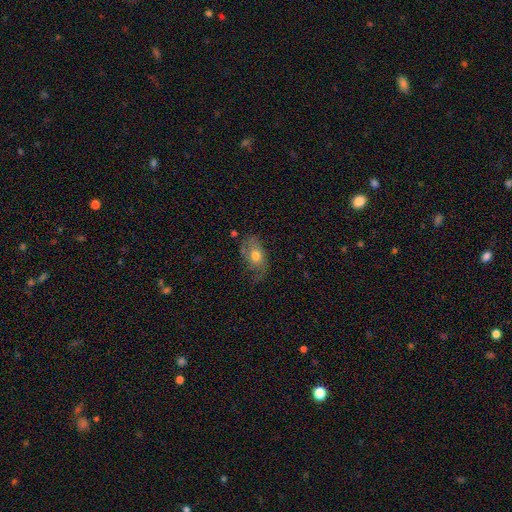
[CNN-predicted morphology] smooth-or-featured: smooth: 51% | featured or disk: 41% | star or artifact: 8%
  how-rounded: in between: 83% | round: 14% | cigar-shaped: 3%
  merging: none: 52% | minor disturbance: 29% | major disturbance: 16% | merger: 2%